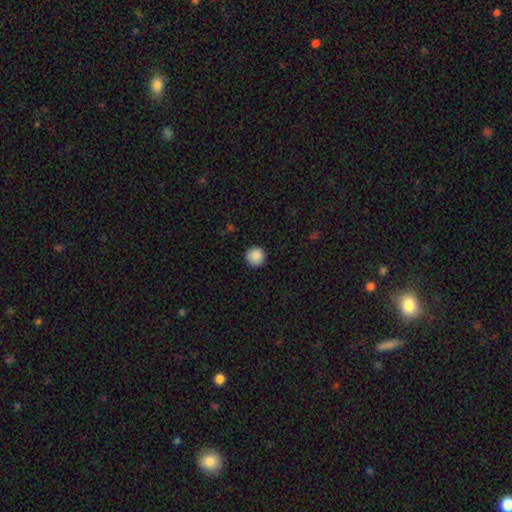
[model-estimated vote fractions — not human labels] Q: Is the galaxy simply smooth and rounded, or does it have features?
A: smooth — 89%.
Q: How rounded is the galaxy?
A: round — 96%.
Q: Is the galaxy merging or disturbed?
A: none — 92%.